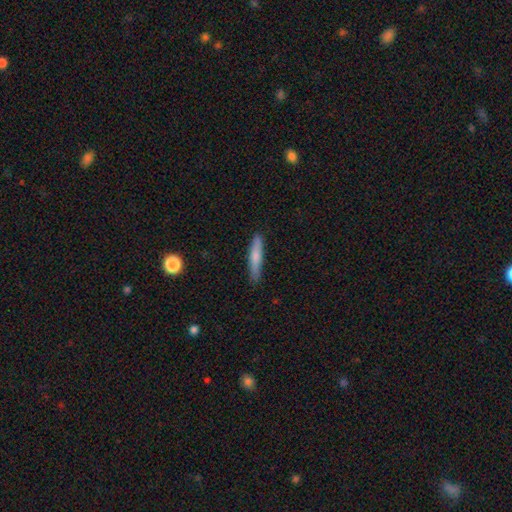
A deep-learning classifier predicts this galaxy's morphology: This is likely a smooth galaxy (72%). How rounded: clearly cigar-shaped (90%). Merging: clearly none (86%).